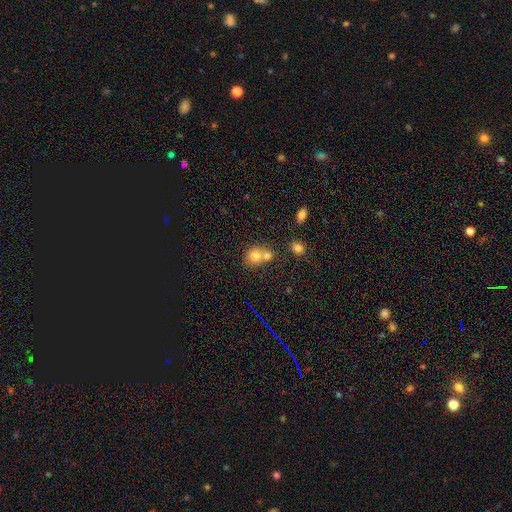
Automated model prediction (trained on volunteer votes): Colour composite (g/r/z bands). It shows a smooth galaxy with no disk features (76%) that is round (74%). Merging: merger (52%).